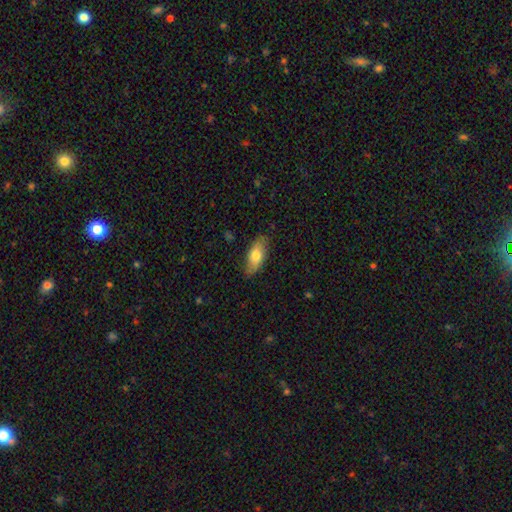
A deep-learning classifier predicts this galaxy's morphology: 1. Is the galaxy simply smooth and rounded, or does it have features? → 71% smooth, 22% featured or disk, 6% star or artifact.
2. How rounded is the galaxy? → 83% in between, 13% cigar-shaped, 3% round.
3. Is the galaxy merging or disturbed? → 83% none, 14% minor disturbance, 2% major disturbance, 1% merger.